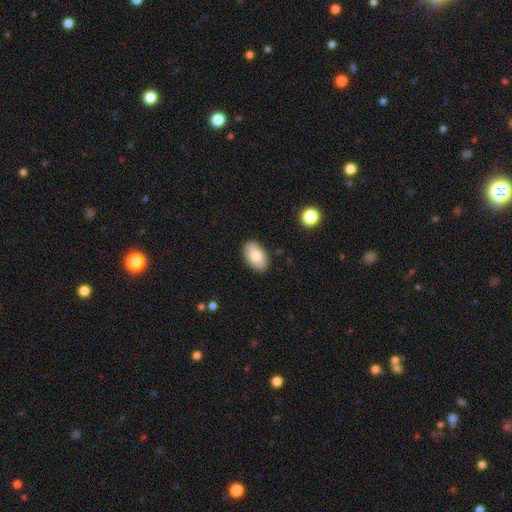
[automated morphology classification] type=smooth (80%); roundness=in between (93%); merging=none (85%).